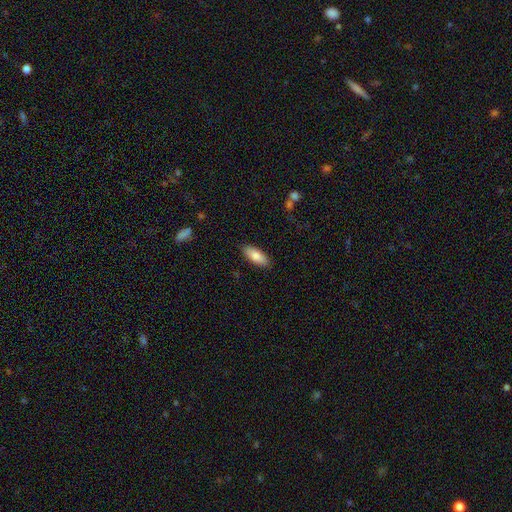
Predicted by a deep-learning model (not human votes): Overall: smooth (82%). How rounded: in between (76%). Merging: none (88%).